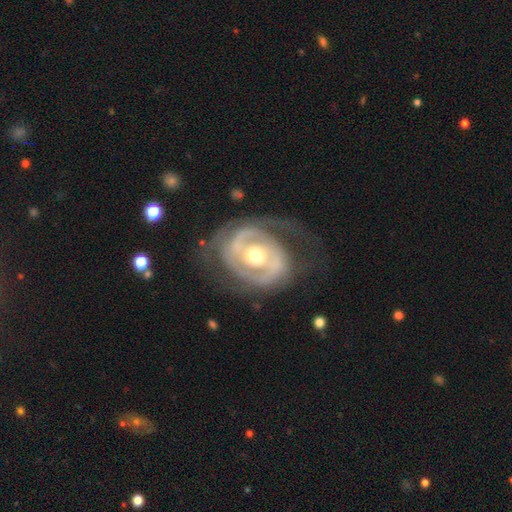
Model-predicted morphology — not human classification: A featured or disk galaxy (87%) with no bar (50%), 2 (66%) tight (52%) spiral arms (86%) and a moderate central bulge (69%). Merging: none (62%).